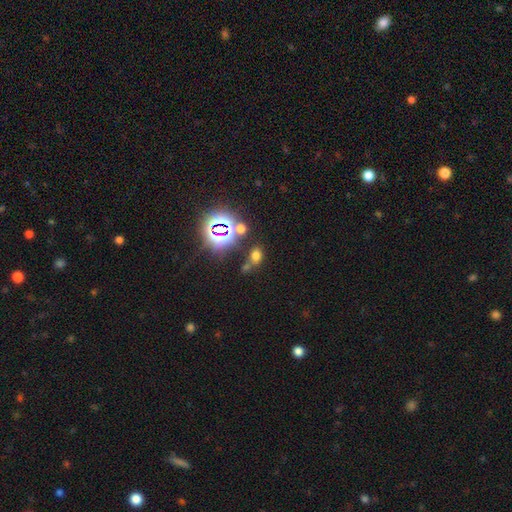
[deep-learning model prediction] smooth_or_featured: smooth (p=0.57) [alt: star or artifact p=0.34]
how_rounded: in between (p=0.58) [alt: round p=0.40]
merging: none (p=0.56) [alt: merger p=0.23]